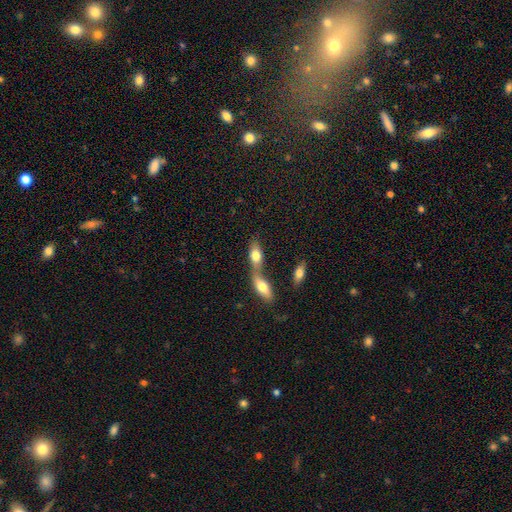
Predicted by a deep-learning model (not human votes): Q: Smooth or featured?
A: smooth (75%); runner-up: featured or disk (18%)
Q: How rounded?
A: in between (81%); runner-up: cigar-shaped (13%)
Q: Merging?
A: merger (65%); runner-up: none (25%)